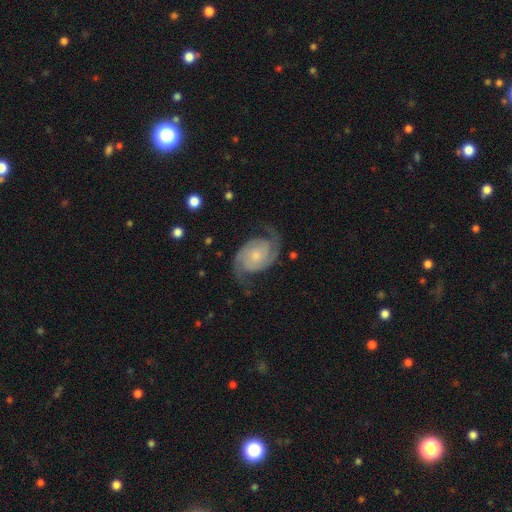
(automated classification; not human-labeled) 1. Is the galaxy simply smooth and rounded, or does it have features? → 91% featured or disk, 5% smooth, 4% star or artifact.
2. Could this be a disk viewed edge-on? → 98% no, 2% yes.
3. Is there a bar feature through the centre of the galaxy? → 73% no, 22% weak, 5% strong.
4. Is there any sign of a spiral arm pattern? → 98% yes, 2% no.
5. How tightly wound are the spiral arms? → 46% medium, 38% tight, 16% loose.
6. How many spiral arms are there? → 93% 2, 2% can't tell, 2% 3, 1% 1, 1% 4, 1% more than 4.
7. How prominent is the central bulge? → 61% small, 28% moderate, 6% none, 3% large, 1% dominant.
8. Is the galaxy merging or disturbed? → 76% none, 15% minor disturbance, 7% major disturbance, 1% merger.